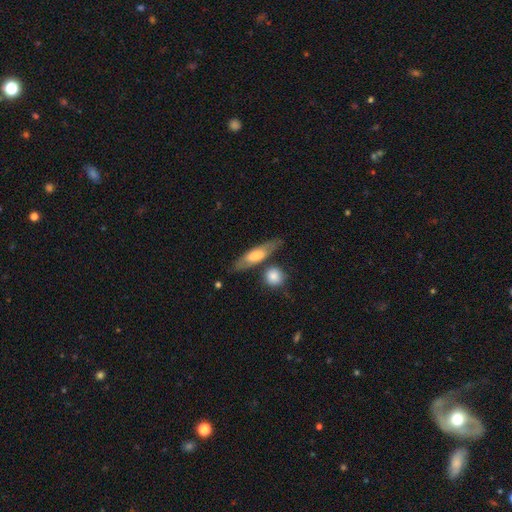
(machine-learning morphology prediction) Smooth or featured?
  - smooth: 54% *
  - featured or disk: 40%
  - star or artifact: 6%
How rounded?
  - cigar-shaped: 55% *
  - in between: 41%
  - round: 4%
Merging?
  - none: 69% *
  - minor disturbance: 15%
  - merger: 12%
  - major disturbance: 5%